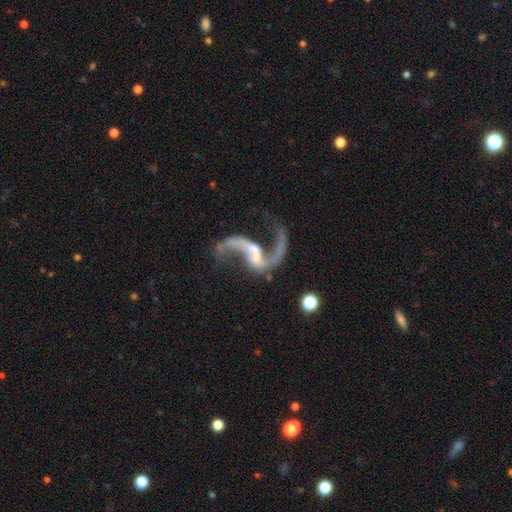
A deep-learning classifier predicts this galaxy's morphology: A featured or disk galaxy (90%) with a weak bar (41%), 2 (92%) loose (88%) spiral arms (95%) and a small central bulge (51%).

Vote fractions:
- Smooth or featured? featured or disk: 90% / star or artifact: 6% / smooth: 4%
- Edge-on disk? no: 97% / yes: 3%
- Bar? weak: 41% / no: 34% / strong: 25%
- Spiral arms? yes: 95% / no: 5%
- Spiral winding? loose: 88% / medium: 10% / tight: 3%
- Spiral arm count? 2: 92% / 1: 4% / can't tell: 2% / 3: 1% / 4: 1% / more than 4: 1%
- Bulge size? small: 51% / moderate: 23% / none: 22% / large: 3% / dominant: 2%
- Merging? none: 52% / major disturbance: 19% / merger: 15% / minor disturbance: 14%